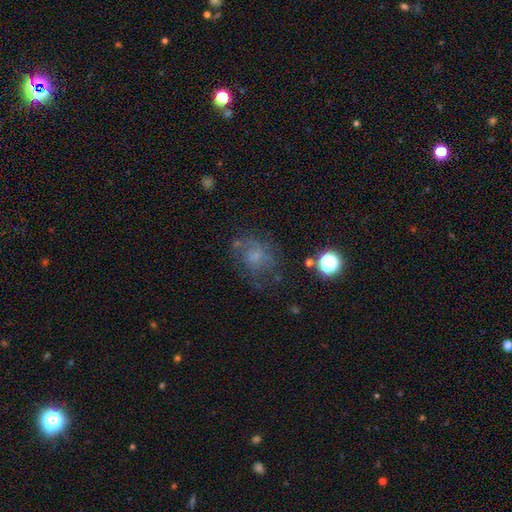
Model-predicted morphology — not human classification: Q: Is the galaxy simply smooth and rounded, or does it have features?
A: smooth — 42%.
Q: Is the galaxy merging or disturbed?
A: none — 52%.